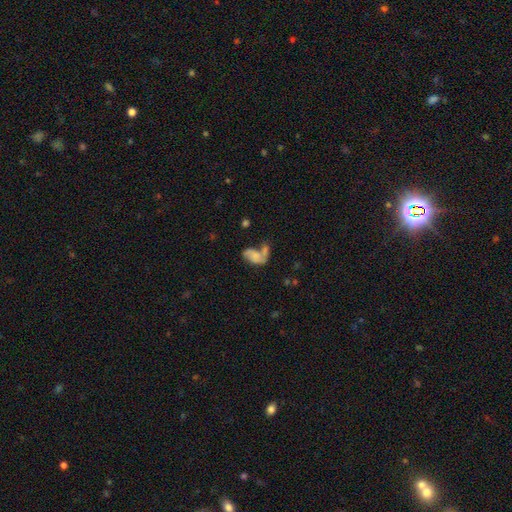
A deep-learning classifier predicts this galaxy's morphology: Overall: featured or disk (48%; smooth 41%). Merging: merger (37%; none 25%).